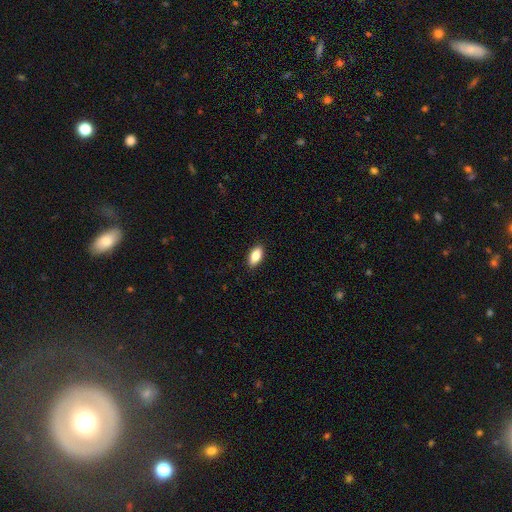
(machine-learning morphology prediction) Smooth or featured: smooth — 84% (featured or disk — 10%)
How rounded: in between — 88% (cigar-shaped — 9%)
Merging: none — 89% (minor disturbance — 8%)